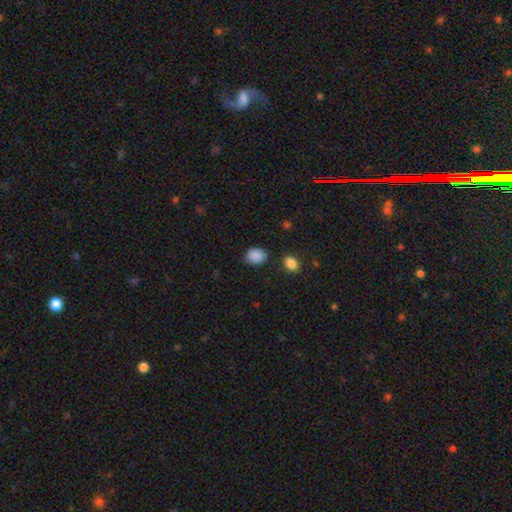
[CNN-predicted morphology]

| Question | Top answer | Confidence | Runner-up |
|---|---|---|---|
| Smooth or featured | smooth | 89% | star or artifact (8%) |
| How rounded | in between | 55% | round (44%) |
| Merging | none | 80% | minor disturbance (14%) |